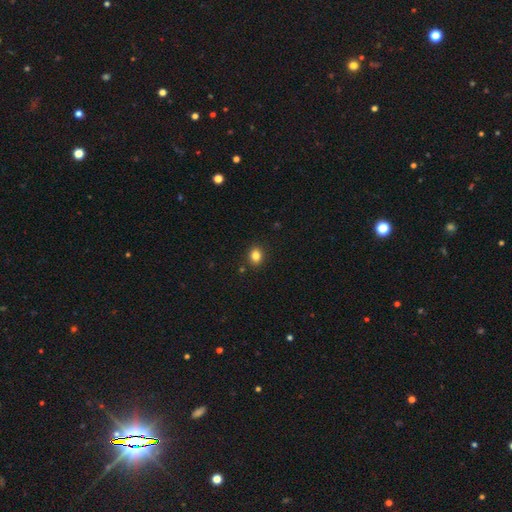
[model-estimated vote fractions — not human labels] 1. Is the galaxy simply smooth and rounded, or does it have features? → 84% smooth, 11% star or artifact, 5% featured or disk.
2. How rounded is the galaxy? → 50% round, 49% in between, 1% cigar-shaped.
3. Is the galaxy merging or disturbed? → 89% none, 7% minor disturbance, 2% major disturbance, 2% merger.